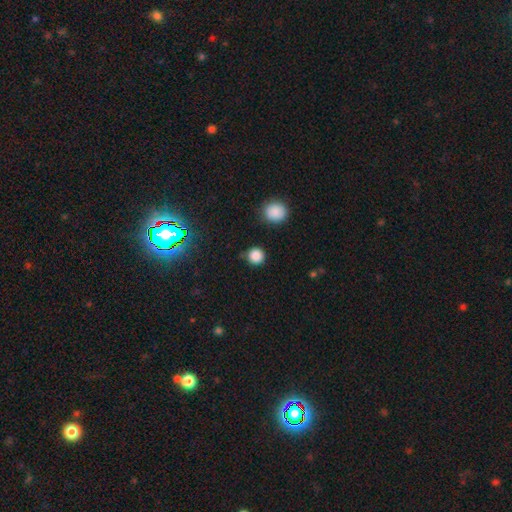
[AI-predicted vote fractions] Q: Smooth or featured?
A: smooth (84%); runner-up: star or artifact (13%)
Q: How rounded?
A: round (94%); runner-up: in between (6%)
Q: Merging?
A: none (82%); runner-up: minor disturbance (11%)